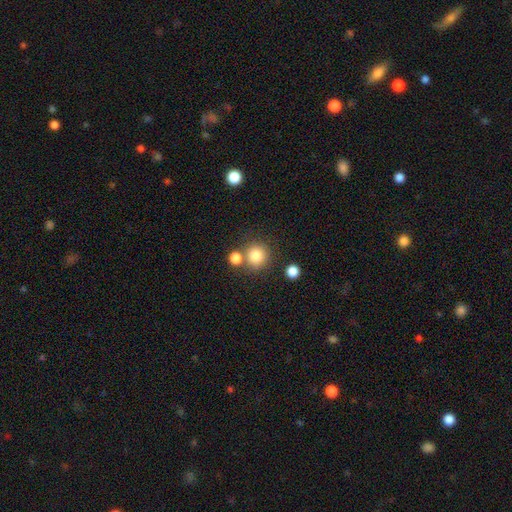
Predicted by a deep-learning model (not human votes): A smooth galaxy with no disk features (82%) that is round (92%).

Vote fractions:
- Smooth or featured? smooth: 82% / star or artifact: 12% / featured or disk: 7%
- How rounded? round: 92% / in between: 7% / cigar-shaped: 1%
- Merging? none: 74% / merger: 15% / minor disturbance: 8% / major disturbance: 3%